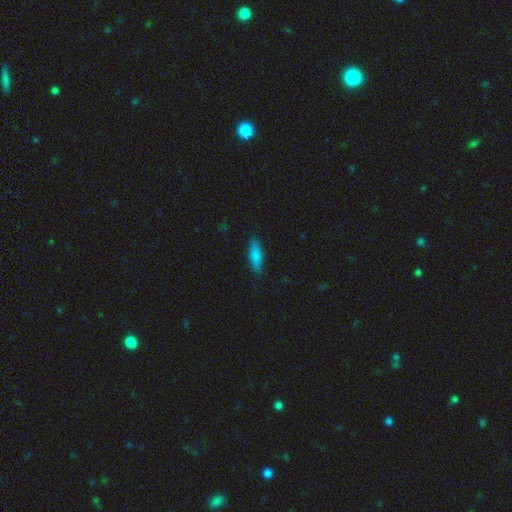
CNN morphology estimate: The model was most divided on "how rounded": cigar-shaped: 63%, in between: 35%, round: 2%. More confident: merging — none (88%); smooth or featured — smooth (80%).